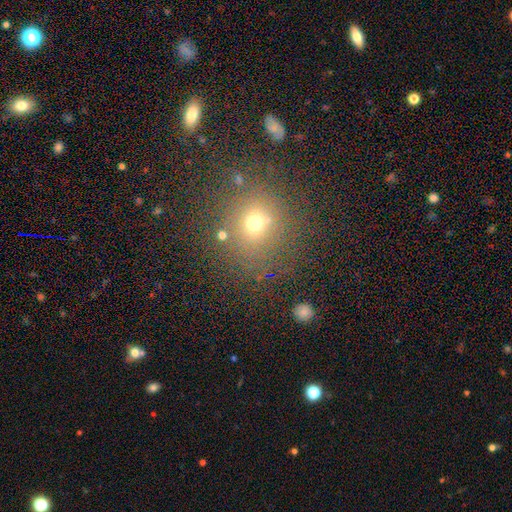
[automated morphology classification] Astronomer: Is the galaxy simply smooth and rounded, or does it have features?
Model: smooth — 56% (runner-up: star or artifact, 35%).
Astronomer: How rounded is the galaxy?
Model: round — 85%.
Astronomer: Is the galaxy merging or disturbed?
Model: none — 82%.